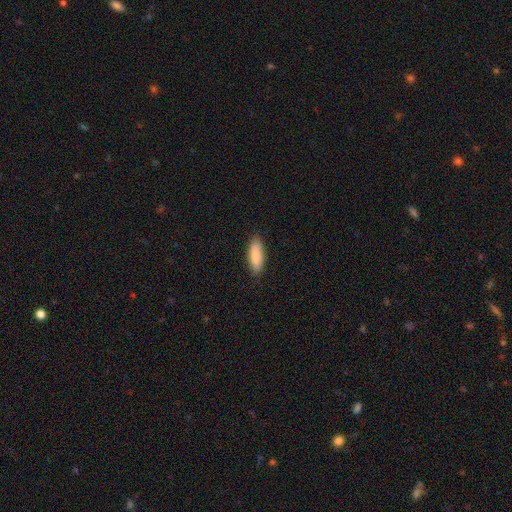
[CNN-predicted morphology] A smooth galaxy with no disk features (87%) that is in between round and cigar-shaped (63%). Merging: none (87%).